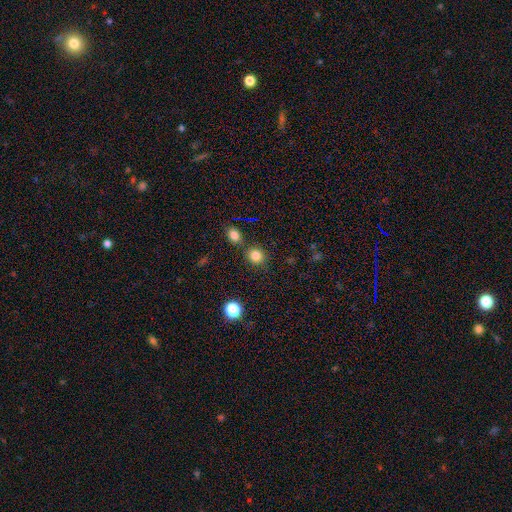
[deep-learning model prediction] Q: Smooth or featured?
A: smooth (83%); runner-up: star or artifact (12%)
Q: How rounded?
A: round (83%); runner-up: in between (16%)
Q: Merging?
A: none (79%); runner-up: merger (9%)